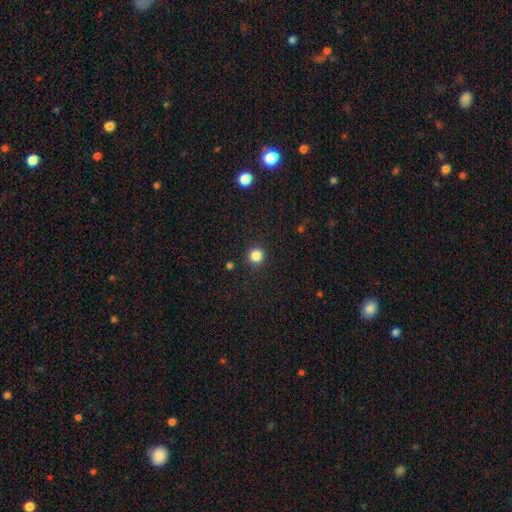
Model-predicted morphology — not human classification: Q: Smooth or featured?
A: smooth (84%); runner-up: star or artifact (12%)
Q: How rounded?
A: round (94%); runner-up: in between (5%)
Q: Merging?
A: none (91%); runner-up: minor disturbance (5%)